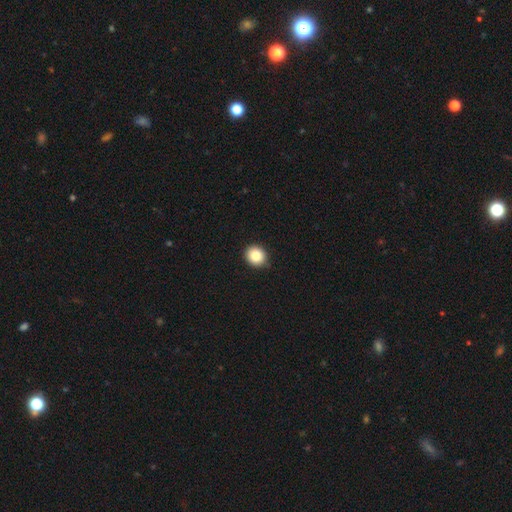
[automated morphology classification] This appears to be a smooth galaxy with no disk features (85%) that is round (83%). Merging: none (87%).